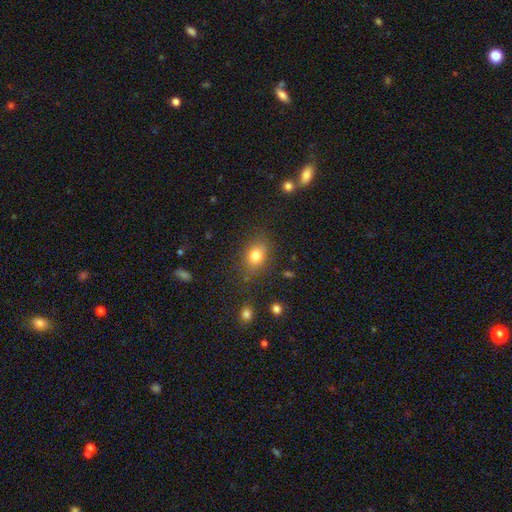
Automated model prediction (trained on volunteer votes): This is likely a smooth galaxy (79%). How rounded: possibly in between (58%). Merging: likely none (78%).